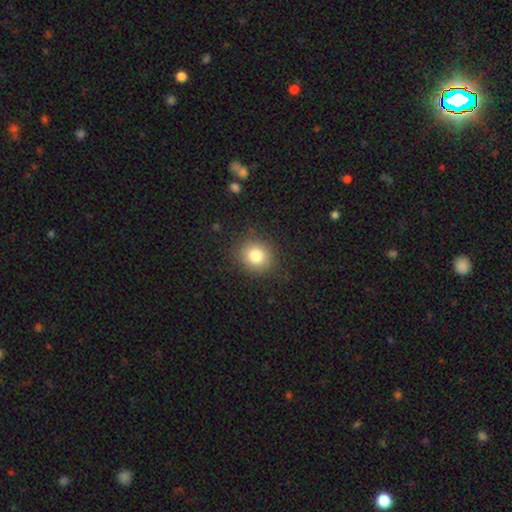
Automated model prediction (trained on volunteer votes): smooth 81%, star or artifact 11%, featured or disk 8%. Down the decision tree: how rounded — round (83%); merging — none (86%).